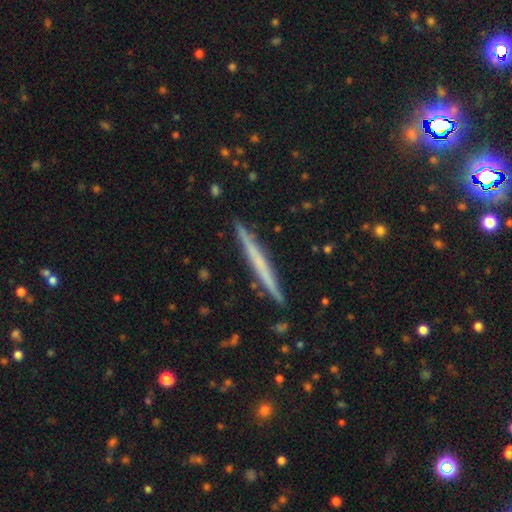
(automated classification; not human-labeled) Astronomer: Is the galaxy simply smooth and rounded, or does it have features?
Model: featured or disk — 50% (runner-up: smooth, 44%).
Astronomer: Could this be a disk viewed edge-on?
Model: yes — 97%.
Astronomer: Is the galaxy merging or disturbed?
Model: none — 91%.